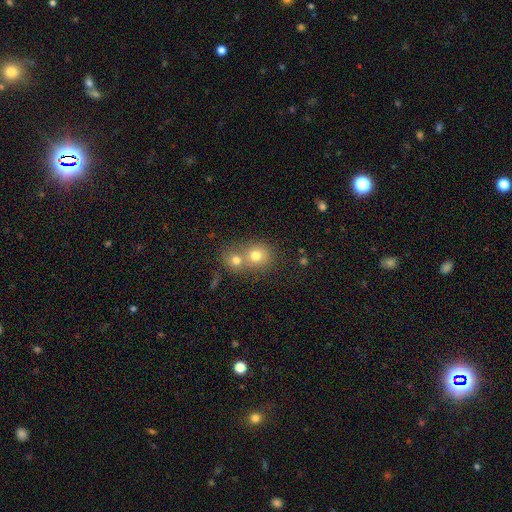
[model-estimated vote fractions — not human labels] Morphology: type=smooth (74%); roundness=round (78%); merging=merger (55%).